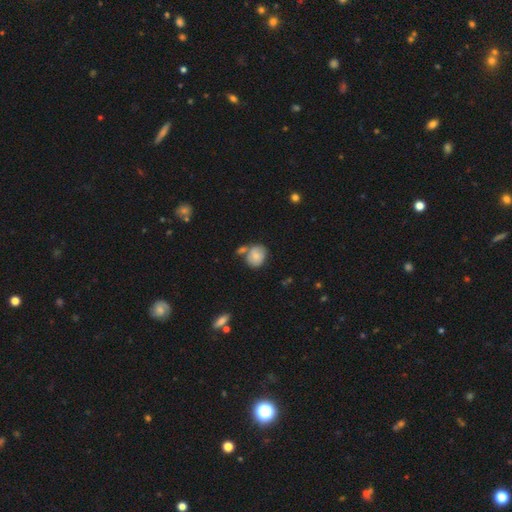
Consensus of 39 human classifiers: Smooth or featured: smooth — 69% (featured or disk — 23%)
How rounded: round — 67% (in between — 33%)
Merging: none — 67% (minor disturbance — 19%)